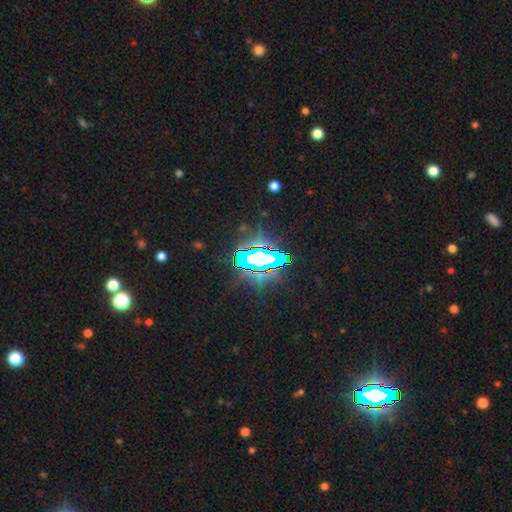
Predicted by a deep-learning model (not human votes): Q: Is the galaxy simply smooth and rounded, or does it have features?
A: star or artifact — 80%.